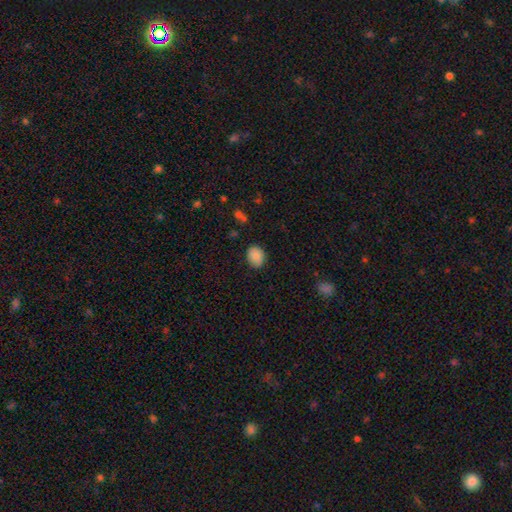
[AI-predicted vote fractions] smooth-or-featured: smooth: 87% | star or artifact: 8% | featured or disk: 5%
  how-rounded: in between: 53% | round: 46% | cigar-shaped: 1%
  merging: none: 84% | minor disturbance: 12% | major disturbance: 3% | merger: 1%